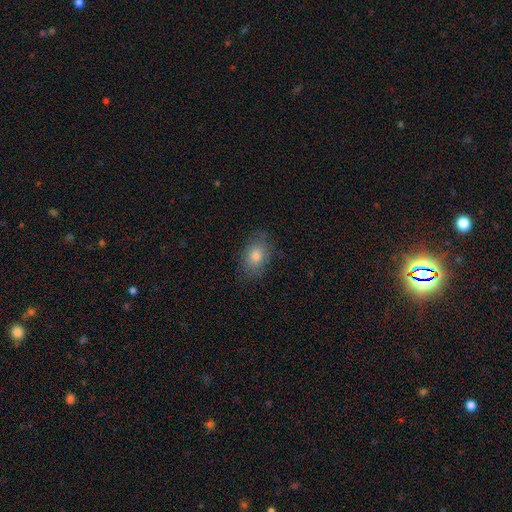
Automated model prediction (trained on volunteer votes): The model was most divided on "how rounded": in between: 80%, round: 18%, cigar-shaped: 2%. More confident: merging — none (80%); smooth or featured — smooth (77%).